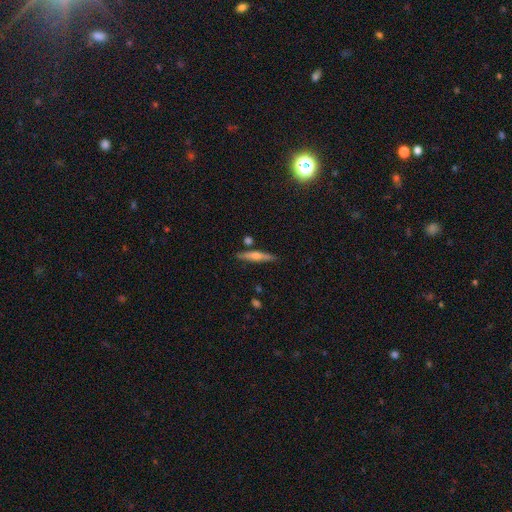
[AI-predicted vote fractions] A featured or disk galaxy (54%) viewed edge-on (94%) with a rounded central bulge (77%).

Vote fractions:
- Smooth or featured? featured or disk: 54% / smooth: 37% / star or artifact: 9%
- Edge-on disk? yes: 94% / no: 6%
- Edge-on bulge? rounded: 77% / none: 12% / boxy: 11%
- Merging? none: 83% / minor disturbance: 10% / merger: 4% / major disturbance: 2%